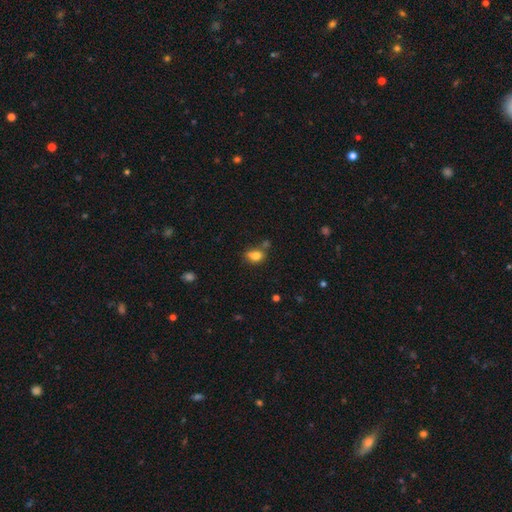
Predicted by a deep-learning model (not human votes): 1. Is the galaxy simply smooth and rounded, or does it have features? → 80% smooth, 11% star or artifact, 9% featured or disk.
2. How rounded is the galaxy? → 67% in between, 31% round, 2% cigar-shaped.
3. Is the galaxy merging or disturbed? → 49% none, 23% minor disturbance, 20% merger, 8% major disturbance.